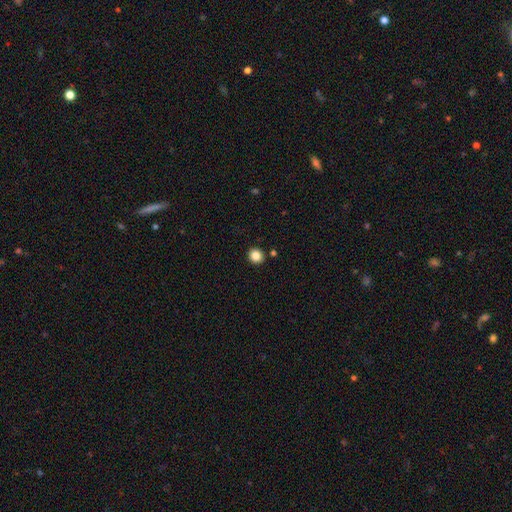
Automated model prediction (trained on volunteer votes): Smooth or featured: smooth — 85% (star or artifact — 11%)
How rounded: round — 84% (in between — 15%)
Merging: none — 90% (minor disturbance — 6%)